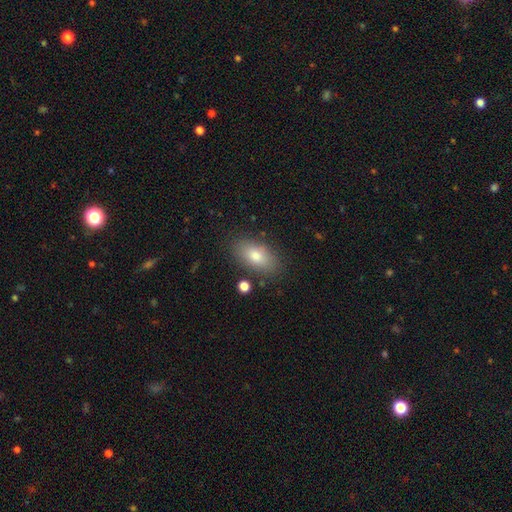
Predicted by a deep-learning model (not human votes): Smooth or featured?
  - smooth: 78% *
  - featured or disk: 14%
  - star or artifact: 8%
How rounded?
  - in between: 89% *
  - round: 6%
  - cigar-shaped: 5%
Merging?
  - none: 84% *
  - minor disturbance: 11%
  - major disturbance: 3%
  - merger: 3%